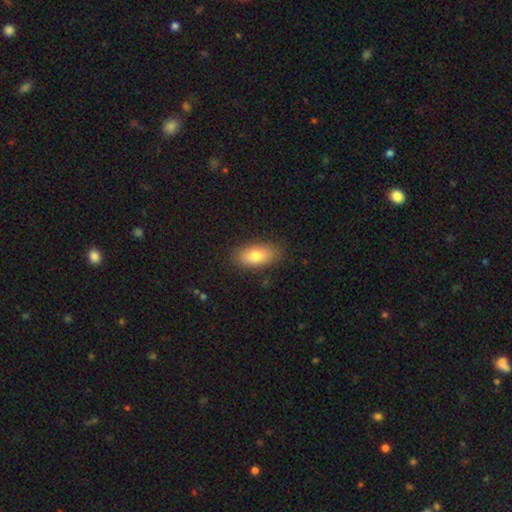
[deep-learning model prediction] Morphology: type=smooth (80%); roundness=in between (90%); merging=none (85%).